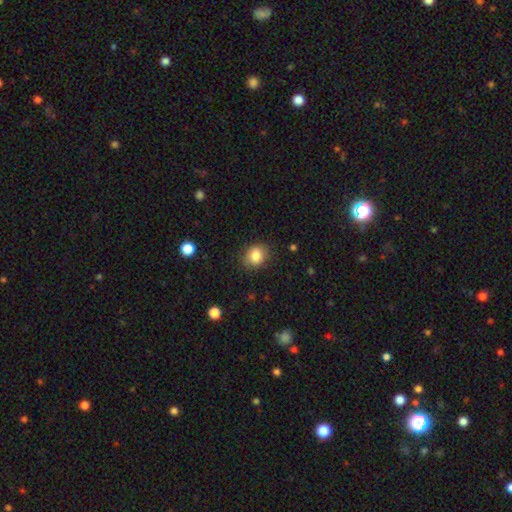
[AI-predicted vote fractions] A smooth galaxy with no disk features (84%) that is round (63%).

Vote fractions:
- Smooth or featured? smooth: 84% / star or artifact: 9% / featured or disk: 6%
- How rounded? round: 63% / in between: 36% / cigar-shaped: 1%
- Merging? none: 84% / minor disturbance: 12% / major disturbance: 3% / merger: 1%